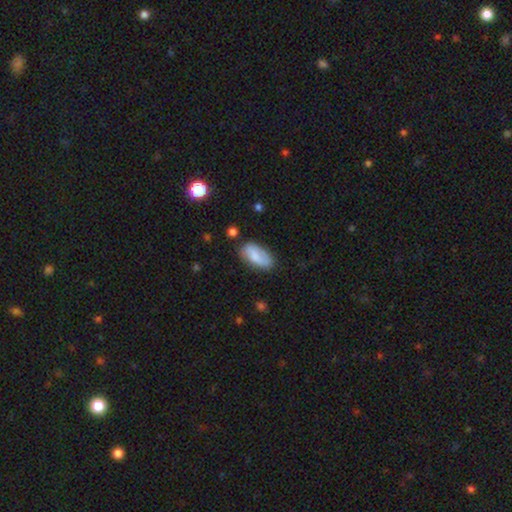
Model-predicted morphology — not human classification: smooth_or_featured: smooth (p=0.70) [alt: featured or disk p=0.23]
how_rounded: in between (p=0.92) [alt: cigar-shaped p=0.05]
merging: none (p=0.70) [alt: minor disturbance p=0.22]